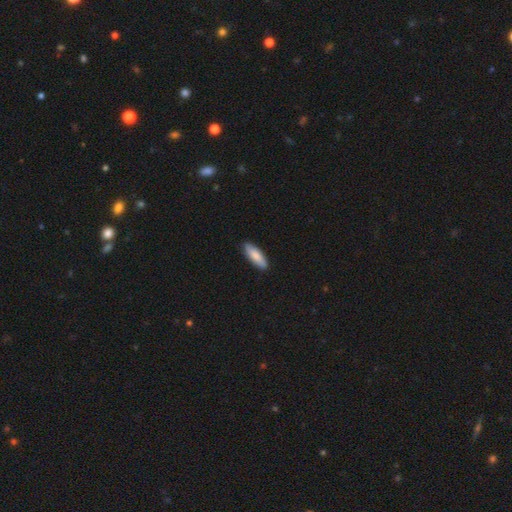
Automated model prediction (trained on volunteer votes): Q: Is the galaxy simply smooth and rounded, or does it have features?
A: smooth — 84%.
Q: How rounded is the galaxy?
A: in between — 55%.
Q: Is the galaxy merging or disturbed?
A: none — 88%.